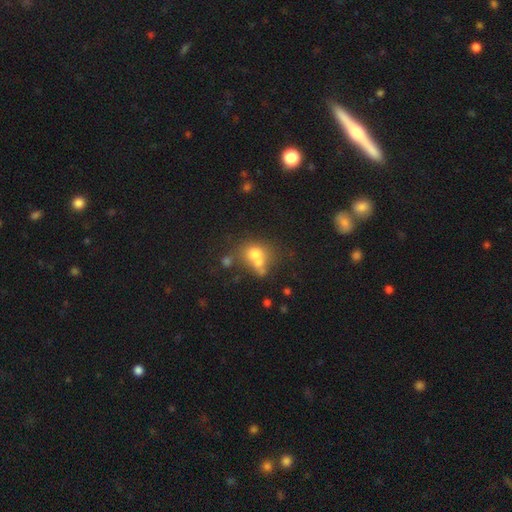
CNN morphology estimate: Overall: smooth (66%). How rounded: round (61%; in between 38%). Merging: merger (52%; none 29%).